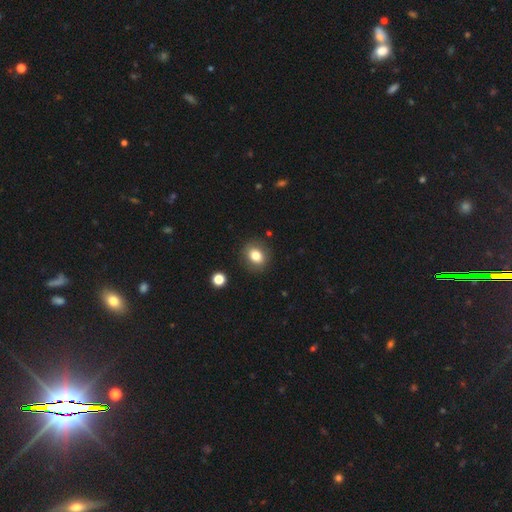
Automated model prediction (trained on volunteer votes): Smooth or featured? smooth (81%)
How rounded? round (56%)
Merging? none (86%)